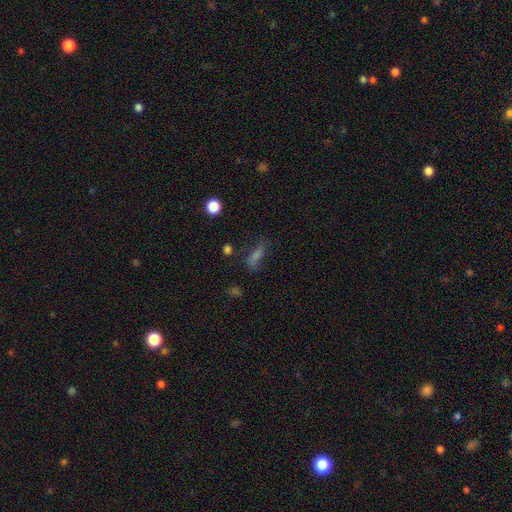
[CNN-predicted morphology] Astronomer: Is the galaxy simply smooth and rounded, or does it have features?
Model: smooth — 55%.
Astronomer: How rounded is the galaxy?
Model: cigar-shaped — 46%, tied with in between at 46%.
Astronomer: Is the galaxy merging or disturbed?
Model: none — 64%.